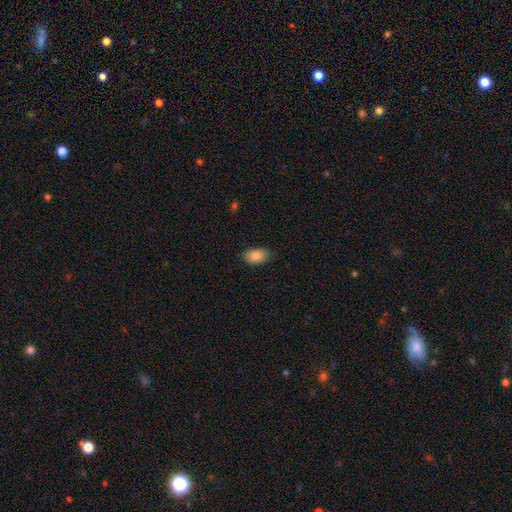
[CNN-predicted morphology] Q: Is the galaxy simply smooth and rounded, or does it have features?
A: smooth — 86%.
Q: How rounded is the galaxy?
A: in between — 91%.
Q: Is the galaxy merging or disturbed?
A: none — 83%.